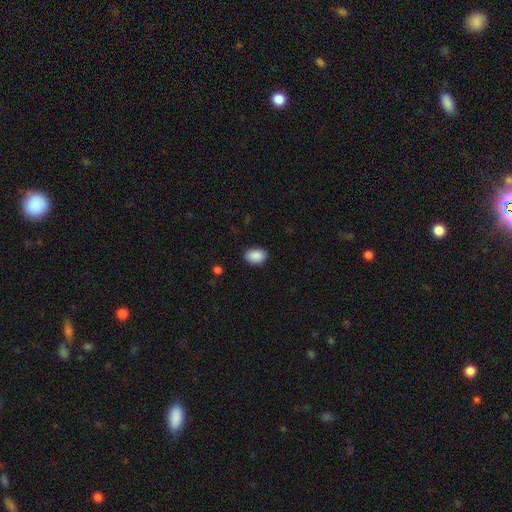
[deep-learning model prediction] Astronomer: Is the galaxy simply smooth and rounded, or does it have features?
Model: smooth — 89%.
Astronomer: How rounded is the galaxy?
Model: in between — 83%.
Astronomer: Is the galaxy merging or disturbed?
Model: none — 86%.